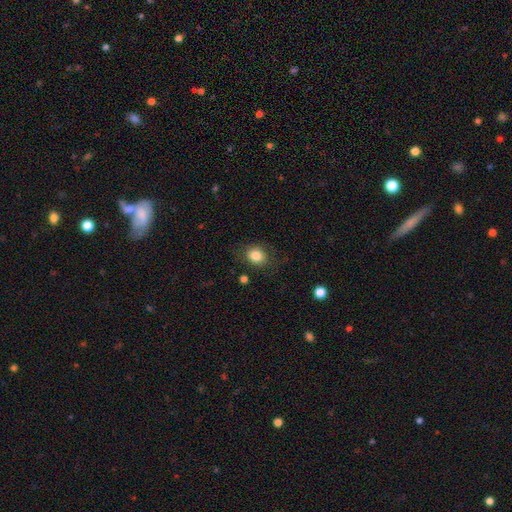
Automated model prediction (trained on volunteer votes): Smooth or featured? Predicted: smooth (p=0.83). How rounded? Predicted: round (p=0.58). Merging? Predicted: none (p=0.80).